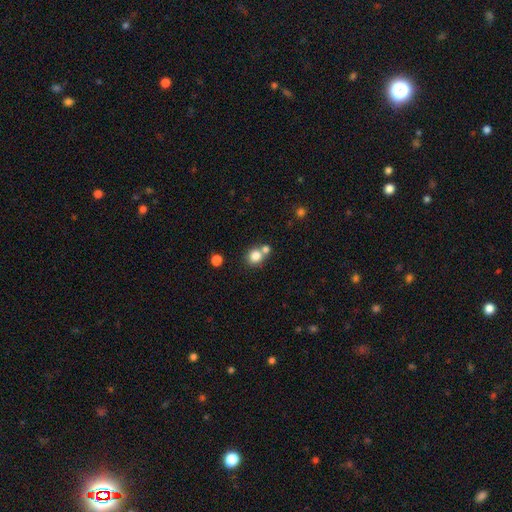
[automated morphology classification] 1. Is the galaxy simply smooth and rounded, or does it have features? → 81% smooth, 11% star or artifact, 8% featured or disk.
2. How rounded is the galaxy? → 84% round, 15% in between, 1% cigar-shaped.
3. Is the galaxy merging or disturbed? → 58% none, 32% merger, 8% minor disturbance, 3% major disturbance.